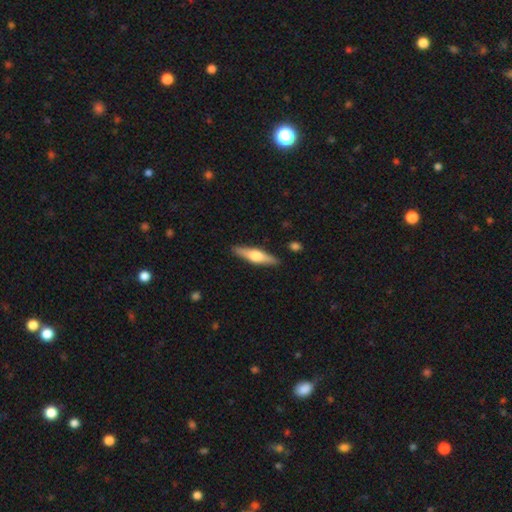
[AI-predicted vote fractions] Smooth or featured? Predicted: featured or disk (p=0.55). Edge-on disk? Predicted: yes (p=0.95). Edge-on bulge? Predicted: rounded (p=0.92). Merging? Predicted: none (p=0.89).